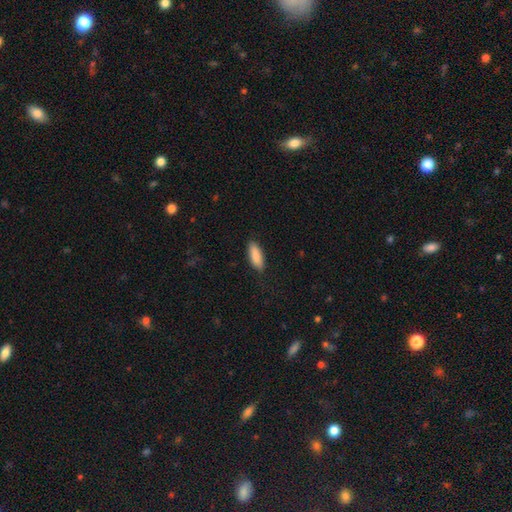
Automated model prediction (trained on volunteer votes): This appears to be a smooth galaxy with no disk features (89%) that is in between round and cigar-shaped (67%). Merging: none (85%).